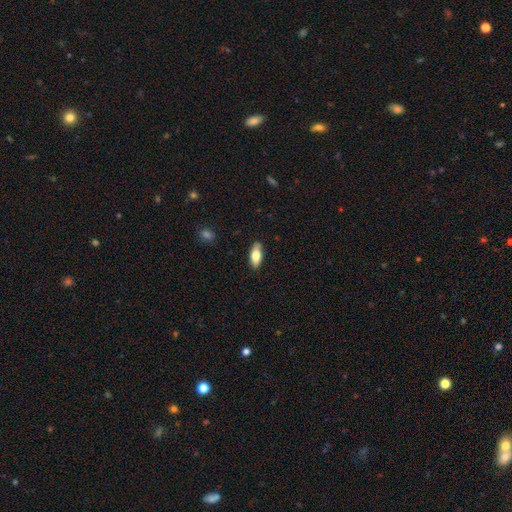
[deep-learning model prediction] The model was most divided on "smooth or featured": smooth: 74%, featured or disk: 19%, star or artifact: 6%. More confident: merging — none (87%); how rounded — in between (81%).